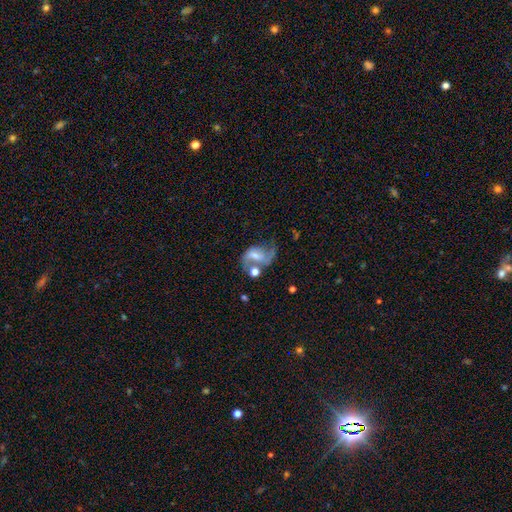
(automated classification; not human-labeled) Overall: featured or disk (71%). Edge-on disk: no (97%). Bar: weak (48%; no 30%). Spiral arms: yes (87%). Spiral arm count: 2 (77%). Spiral winding: loose (56%; medium 36%). Bulge size: small (38%, tied with moderate). Merging: none (36%; major disturbance 24%).